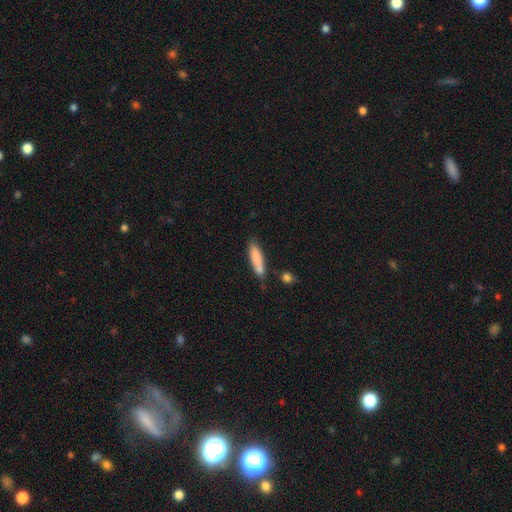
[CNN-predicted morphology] Smooth or featured? smooth (82%)
How rounded? cigar-shaped (74%)
Merging? none (63%)